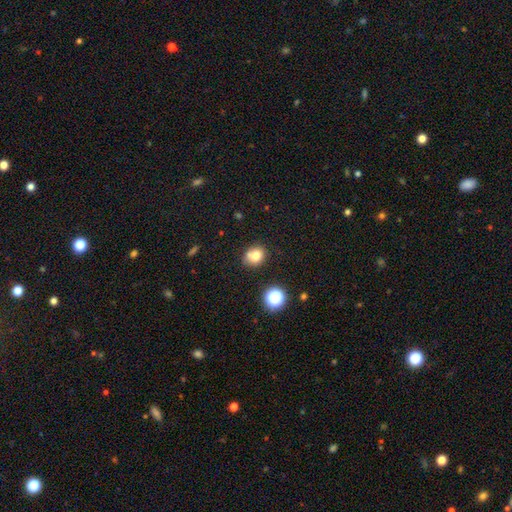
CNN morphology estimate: Smooth or featured: smooth — 75% (star or artifact — 13%)
How rounded: round — 66% (in between — 33%)
Merging: none — 60% (merger — 19%)